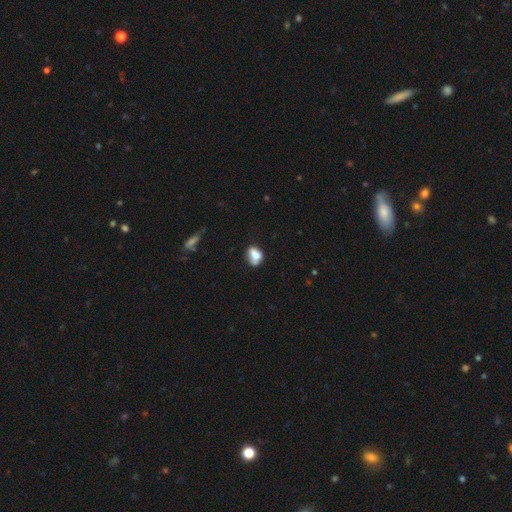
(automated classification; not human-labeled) Morphology: type=smooth (67%); roundness=in between (70%); merging=none (44%).